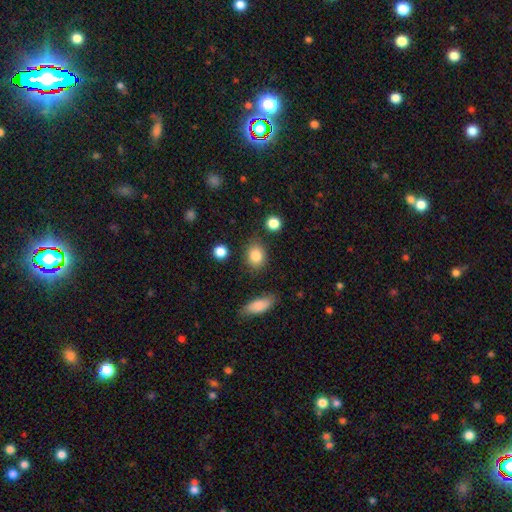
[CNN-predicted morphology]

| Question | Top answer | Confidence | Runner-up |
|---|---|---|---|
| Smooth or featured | smooth | 84% | star or artifact (9%) |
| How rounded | round | 49% | tied: in between (49%) |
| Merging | none | 80% | minor disturbance (12%) |